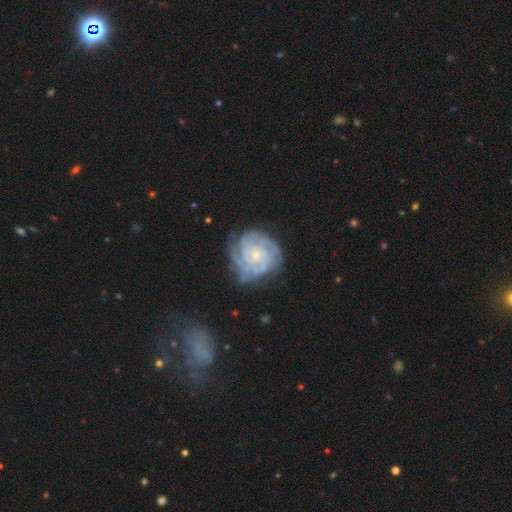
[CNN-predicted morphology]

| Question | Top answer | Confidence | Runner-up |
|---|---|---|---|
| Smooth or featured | featured or disk | 84% | smooth (9%) |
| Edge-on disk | no | 98% | yes (2%) |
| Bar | no | 76% | weak (20%) |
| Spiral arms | yes | 95% | no (5%) |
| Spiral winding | tight | 74% | medium (21%) |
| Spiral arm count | can't tell | 32% | 4 (26%) |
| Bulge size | small | 75% | moderate (19%) |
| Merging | none | 68% | minor disturbance (20%) |